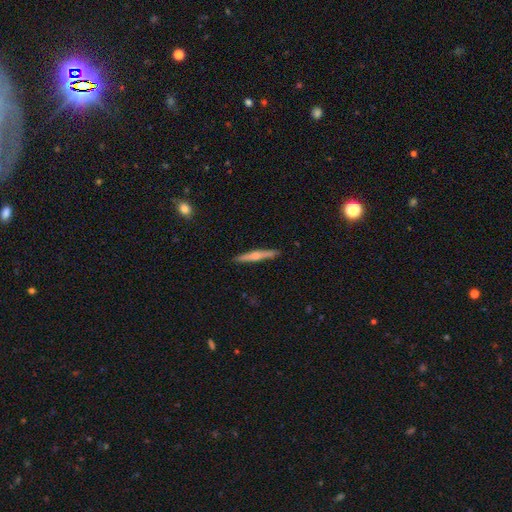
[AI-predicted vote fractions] This appears to be a featured or disk galaxy (57%) viewed edge-on (98%) with a rounded central bulge (75%). Merging: none (90%).